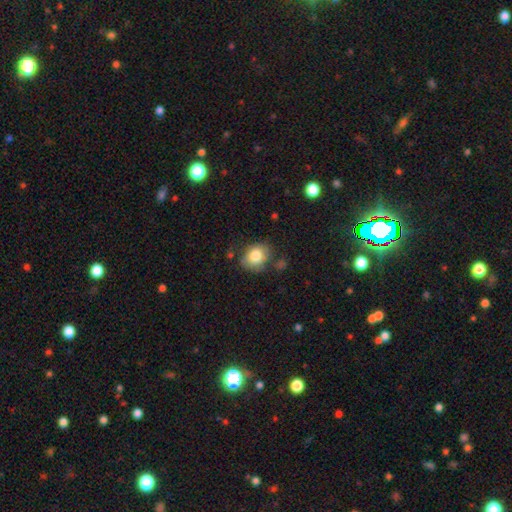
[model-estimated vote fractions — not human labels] A smooth galaxy with no disk features (80%) that is in between round and cigar-shaped (57%). Merging: none (69%).